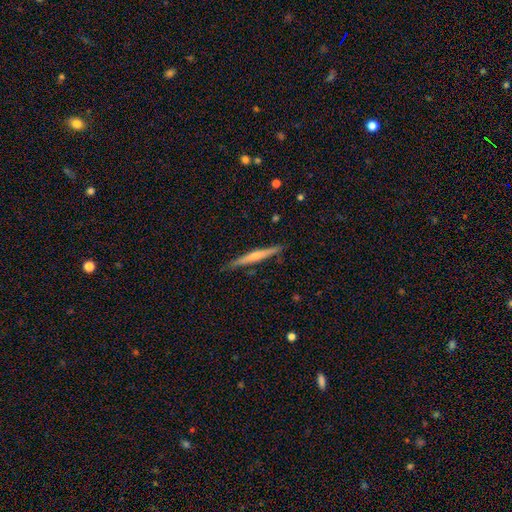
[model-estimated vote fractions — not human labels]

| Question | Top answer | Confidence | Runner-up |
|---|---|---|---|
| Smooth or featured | featured or disk | 55% | smooth (39%) |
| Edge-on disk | yes | 97% | no (3%) |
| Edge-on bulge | rounded | 61% | none (32%) |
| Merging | none | 86% | minor disturbance (10%) |